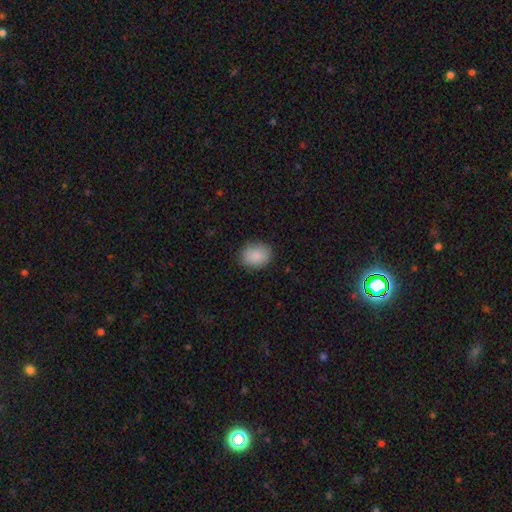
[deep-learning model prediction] Q: Smooth or featured?
A: smooth (88%); runner-up: star or artifact (8%)
Q: How rounded?
A: round (54%); runner-up: in between (45%)
Q: Merging?
A: none (85%); runner-up: minor disturbance (11%)